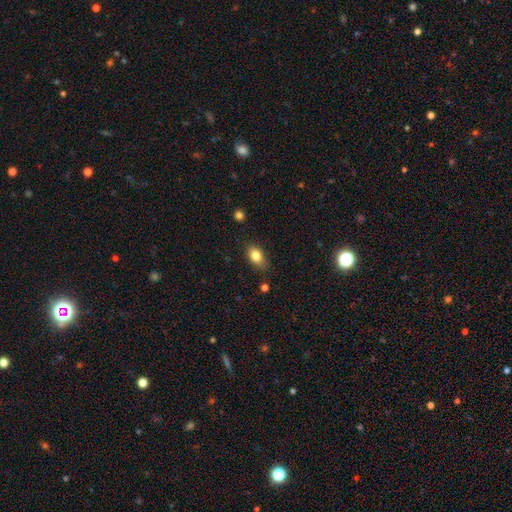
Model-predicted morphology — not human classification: This appears to be a smooth galaxy with no disk features (83%) that is in between round and cigar-shaped (83%). Merging: none (79%).